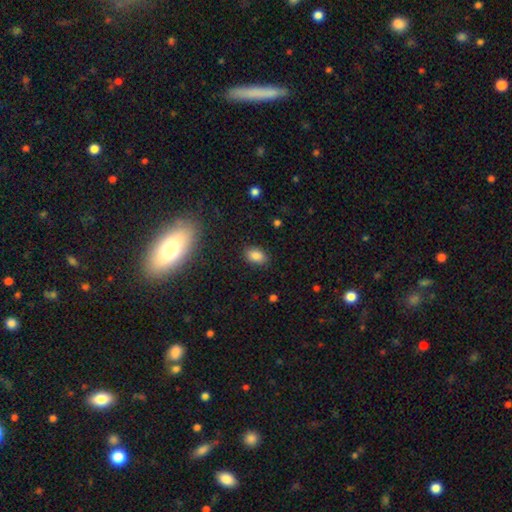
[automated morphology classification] The model was most divided on "merging": none: 85%, minor disturbance: 11%, major disturbance: 3%, merger: 1%. More confident: how rounded — in between (86%); smooth or featured — smooth (85%).